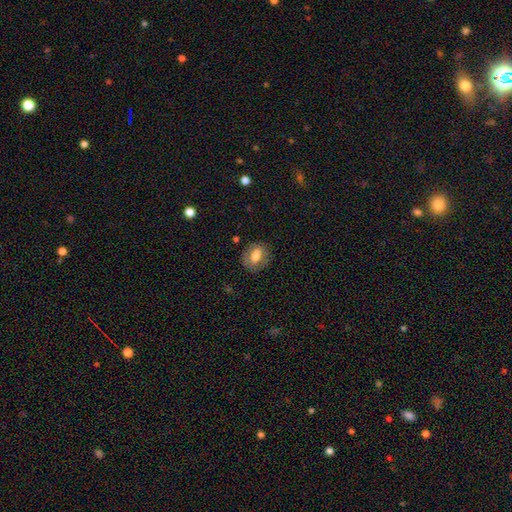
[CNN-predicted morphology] A smooth galaxy with no disk features (65%) that is in between round and cigar-shaped (52%).

Vote fractions:
- Smooth or featured? smooth: 65% / featured or disk: 26% / star or artifact: 8%
- How rounded? in between: 52% / round: 47% / cigar-shaped: 1%
- Merging? none: 78% / minor disturbance: 15% / major disturbance: 5% / merger: 1%